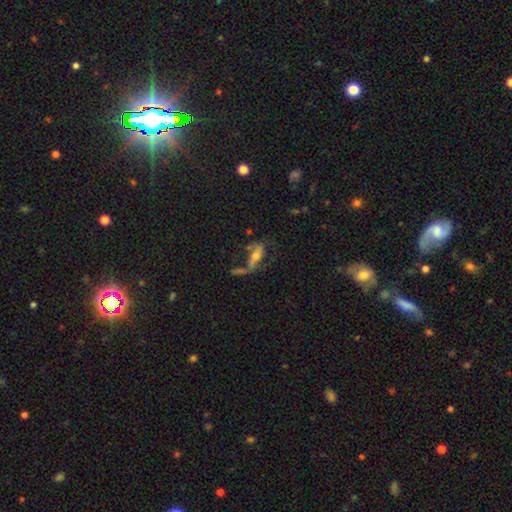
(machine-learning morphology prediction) smooth_or_featured: featured or disk (p=0.53) [alt: smooth p=0.36]
disk_edge_on: no (p=0.77) [alt: yes p=0.23]
merging: major disturbance (p=0.36) [alt: none p=0.30]